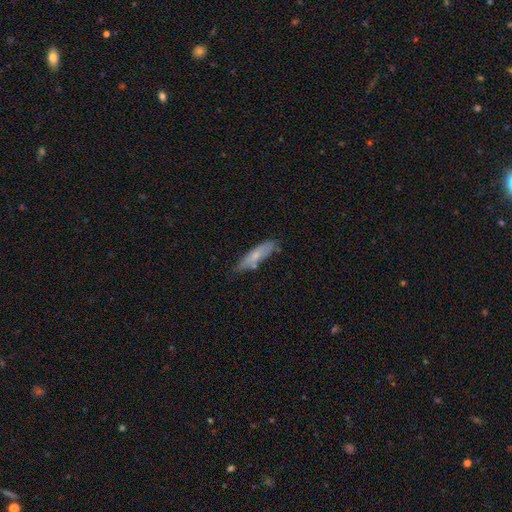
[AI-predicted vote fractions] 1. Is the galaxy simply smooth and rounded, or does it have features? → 67% smooth, 27% featured or disk, 6% star or artifact.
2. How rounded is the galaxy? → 71% cigar-shaped, 27% in between, 2% round.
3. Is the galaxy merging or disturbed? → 66% none, 24% minor disturbance, 5% merger, 4% major disturbance.